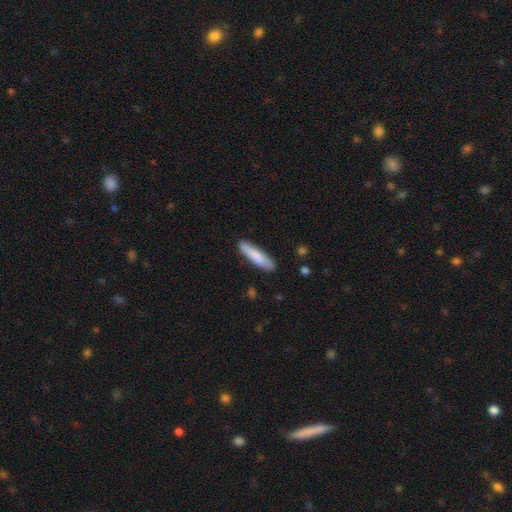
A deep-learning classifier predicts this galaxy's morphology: Smooth or featured: smooth — 78% (featured or disk — 17%)
How rounded: cigar-shaped — 79% (in between — 20%)
Merging: none — 84% (minor disturbance — 12%)